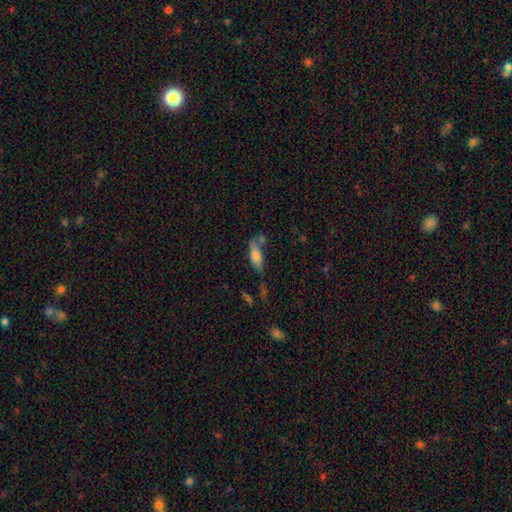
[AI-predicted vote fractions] Smooth or featured?
  - smooth: 77% *
  - featured or disk: 15%
  - star or artifact: 8%
How rounded?
  - in between: 71% *
  - cigar-shaped: 26%
  - round: 2%
Merging?
  - none: 51% *
  - minor disturbance: 23%
  - merger: 17%
  - major disturbance: 9%